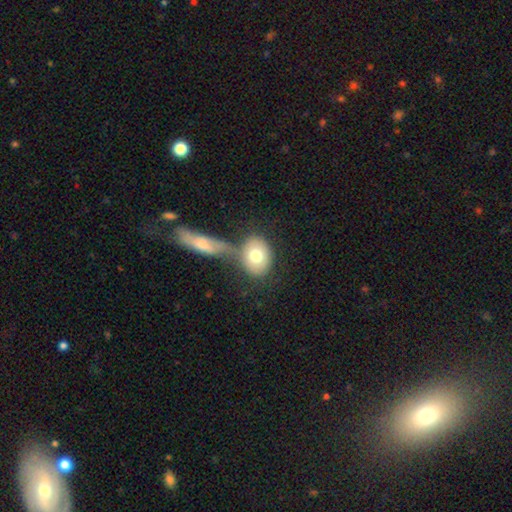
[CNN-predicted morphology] A smooth galaxy with no disk features (74%) that is in between round and cigar-shaped (55%). Merging: none (47%).